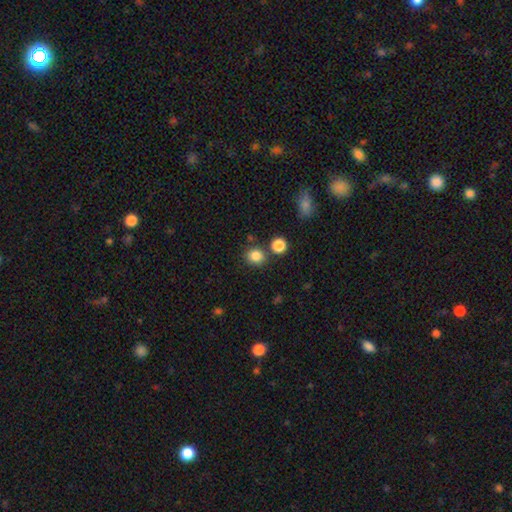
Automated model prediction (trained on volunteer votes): smooth-or-featured: smooth: 84% | star or artifact: 12% | featured or disk: 4%
  how-rounded: round: 79% | in between: 20% | cigar-shaped: 1%
  merging: none: 80% | minor disturbance: 8% | merger: 8% | major disturbance: 3%